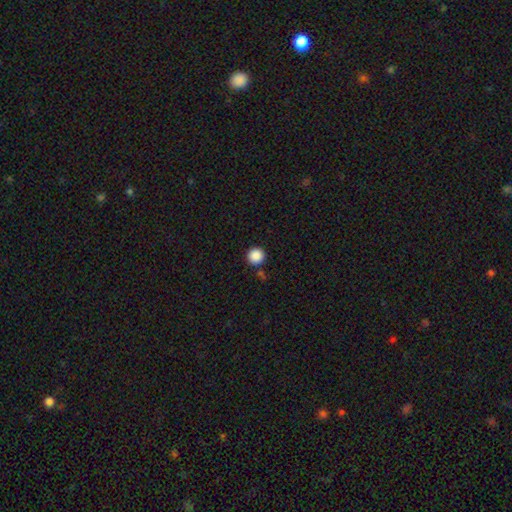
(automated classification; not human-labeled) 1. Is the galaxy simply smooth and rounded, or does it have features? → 88% smooth, 10% star or artifact, 3% featured or disk.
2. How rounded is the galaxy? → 96% round, 3% in between, 1% cigar-shaped.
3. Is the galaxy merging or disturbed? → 89% none, 6% minor disturbance, 3% merger, 2% major disturbance.